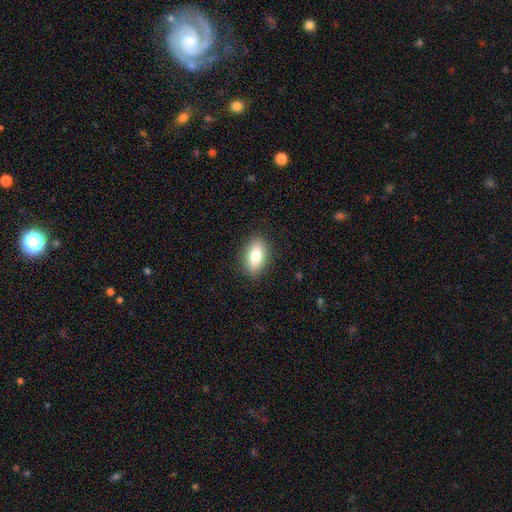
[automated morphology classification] smooth 79%, featured or disk 14%, star or artifact 8%. Down the decision tree: how rounded — in between (87%); merging — none (88%).